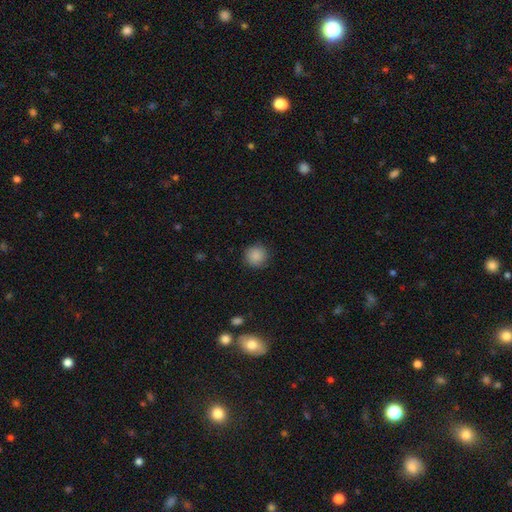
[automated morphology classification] This is clearly a smooth galaxy (87%). How rounded: clearly round (93%). Merging: clearly none (87%).